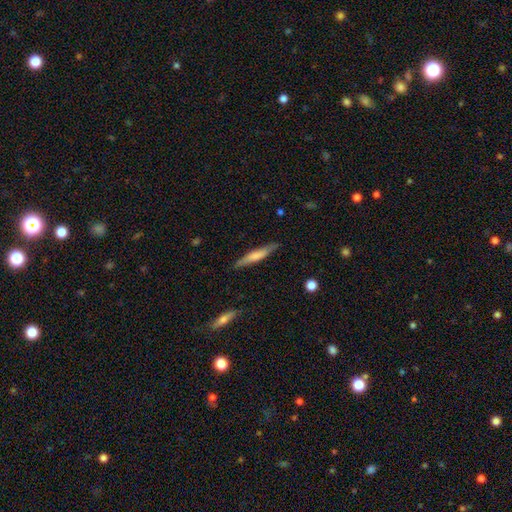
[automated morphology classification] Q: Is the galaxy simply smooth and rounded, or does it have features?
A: smooth — 57%.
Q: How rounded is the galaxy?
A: cigar-shaped — 92%.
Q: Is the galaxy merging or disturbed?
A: none — 88%.